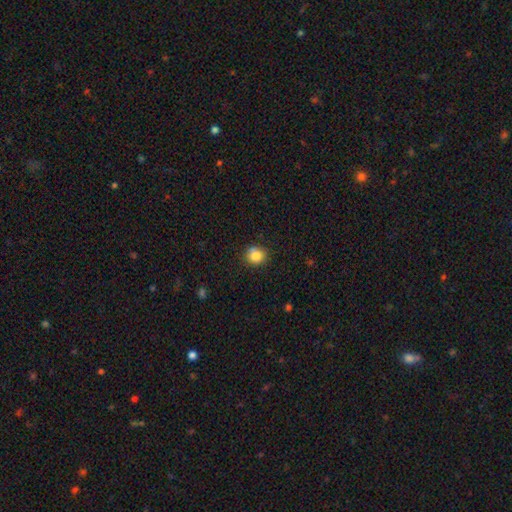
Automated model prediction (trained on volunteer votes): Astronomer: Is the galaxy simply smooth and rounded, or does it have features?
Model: smooth — 83%.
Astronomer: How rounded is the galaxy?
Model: round — 84%.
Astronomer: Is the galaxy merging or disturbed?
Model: none — 83%.